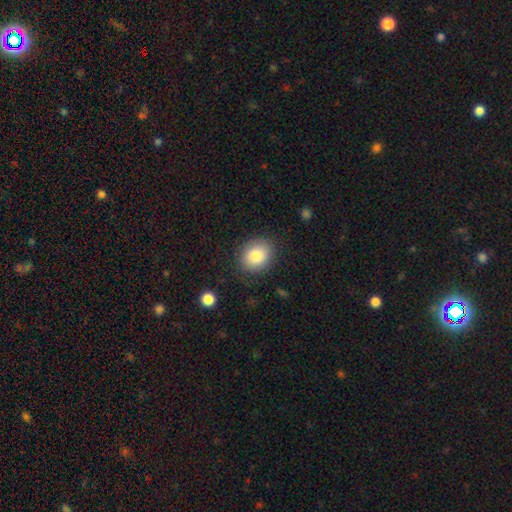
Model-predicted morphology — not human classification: Overall: smooth (84%). How rounded: round (63%; in between 36%). Merging: none (85%).